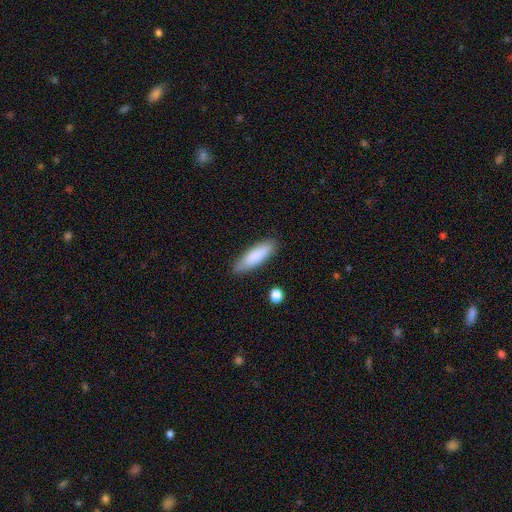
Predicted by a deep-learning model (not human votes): A smooth galaxy with no disk features (84%) that is cigar-shaped (58%). Merging: none (85%).